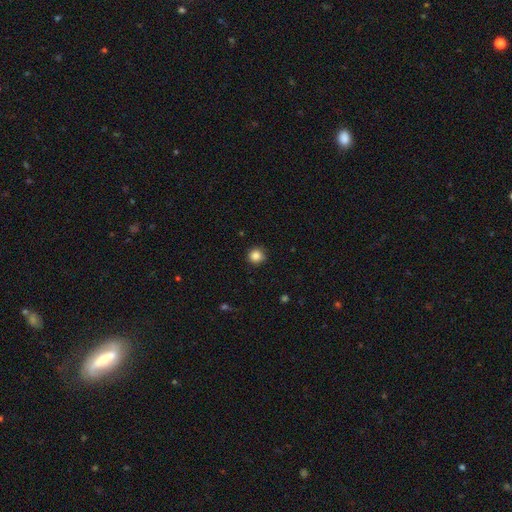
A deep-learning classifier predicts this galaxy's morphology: Smooth or featured? smooth (85%)
How rounded? round (94%)
Merging? none (91%)